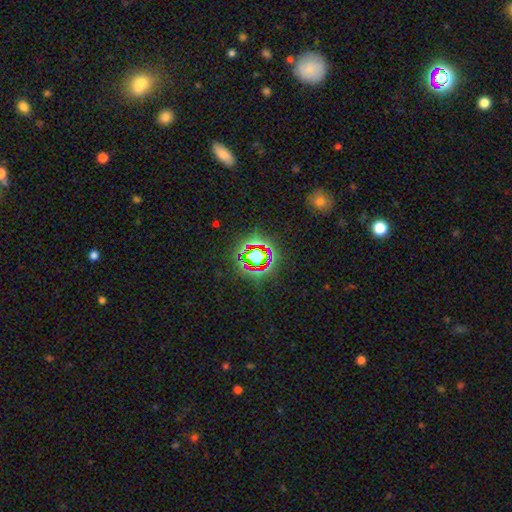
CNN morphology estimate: Overall: star or artifact (67%).